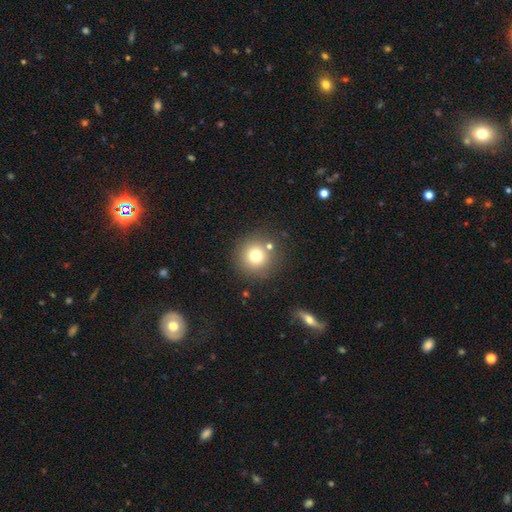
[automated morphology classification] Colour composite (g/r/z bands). It shows a smooth galaxy with no disk features (75%) that is round (94%). Merging: none (82%).